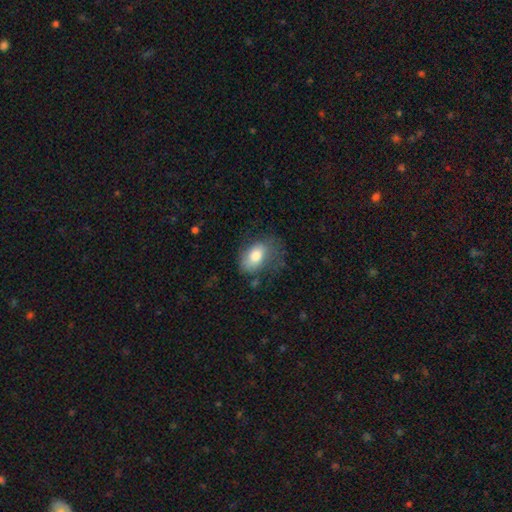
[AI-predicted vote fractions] A smooth galaxy with no disk features (77%) that is in between round and cigar-shaped (86%). Merging: none (51%).